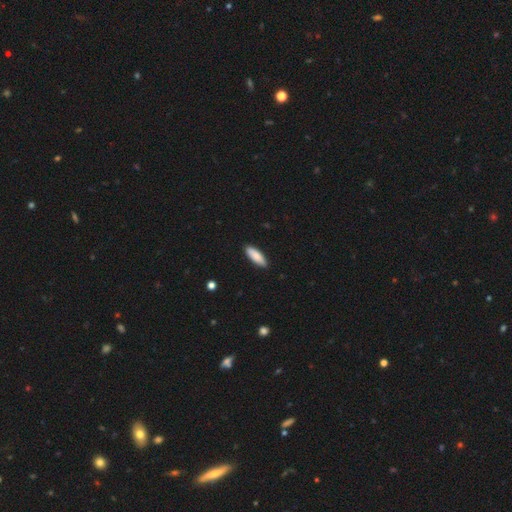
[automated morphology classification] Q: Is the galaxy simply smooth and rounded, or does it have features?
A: smooth — 86%.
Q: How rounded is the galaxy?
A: in between — 58%.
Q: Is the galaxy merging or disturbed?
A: none — 89%.